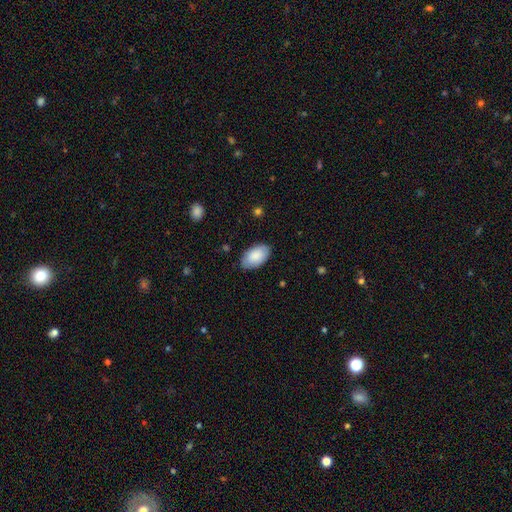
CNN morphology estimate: The model was most divided on "merging": none: 85%, minor disturbance: 12%, major disturbance: 2%, merger: 1%. More confident: how rounded — in between (96%); smooth or featured — smooth (87%).